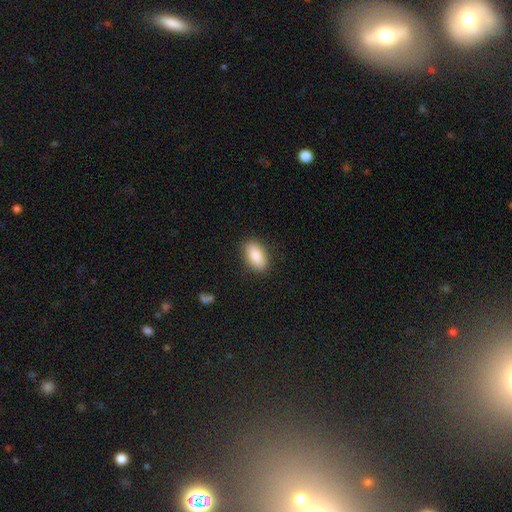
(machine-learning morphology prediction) This appears to be a smooth galaxy with no disk features (88%) that is in between round and cigar-shaped (91%). Merging: none (88%).